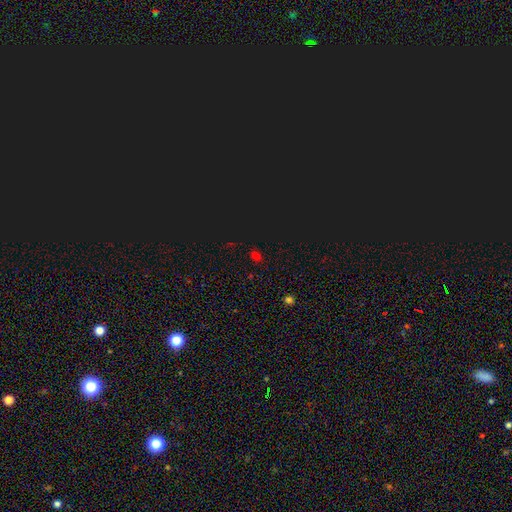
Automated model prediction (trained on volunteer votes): The model was most divided on "smooth or featured": smooth: 50%, star or artifact: 45%, featured or disk: 5%. More confident: merging — none (83%).